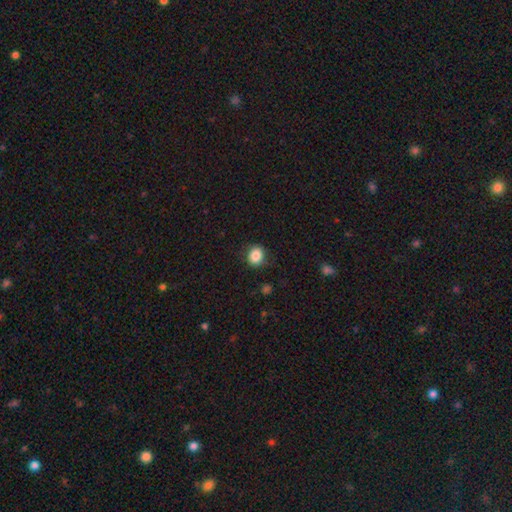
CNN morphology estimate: A smooth galaxy with no disk features (85%) that is round (70%).

Vote fractions:
- Smooth or featured? smooth: 85% / star or artifact: 10% / featured or disk: 5%
- How rounded? round: 70% / in between: 29% / cigar-shaped: 1%
- Merging? none: 86% / minor disturbance: 10% / major disturbance: 3% / merger: 1%